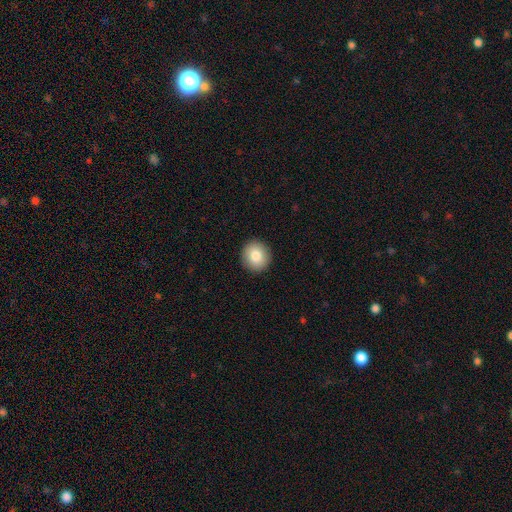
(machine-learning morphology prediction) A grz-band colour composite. It shows a smooth galaxy with no disk features (83%) that is round (92%). Merging: none (93%).